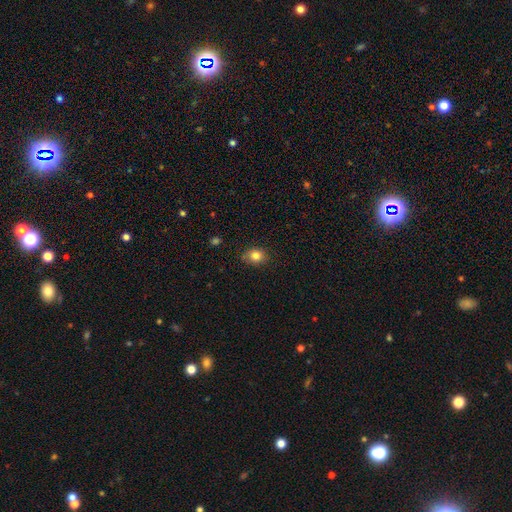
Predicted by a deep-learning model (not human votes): Morphology: type=smooth (83%); roundness=round (53%); merging=none (82%).